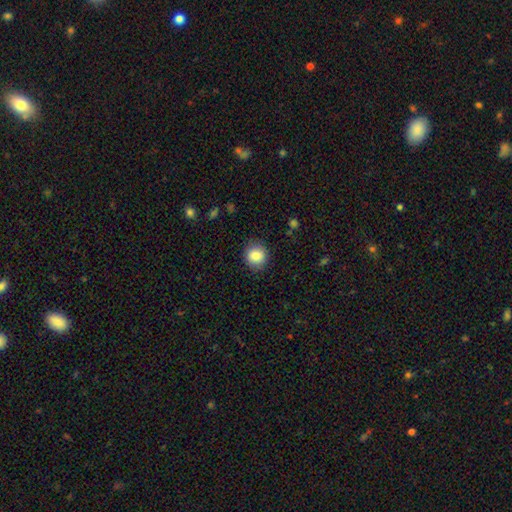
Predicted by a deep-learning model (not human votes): A smooth galaxy with no disk features (86%) that is round (87%). Merging: none (87%).